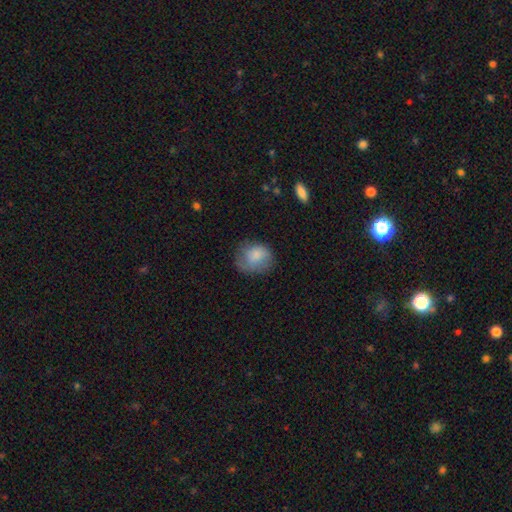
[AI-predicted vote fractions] Smooth or featured?
  - smooth: 79% *
  - featured or disk: 13%
  - star or artifact: 8%
How rounded?
  - round: 58% *
  - in between: 41%
  - cigar-shaped: 1%
Merging?
  - none: 55% *
  - minor disturbance: 29%
  - major disturbance: 14%
  - merger: 2%